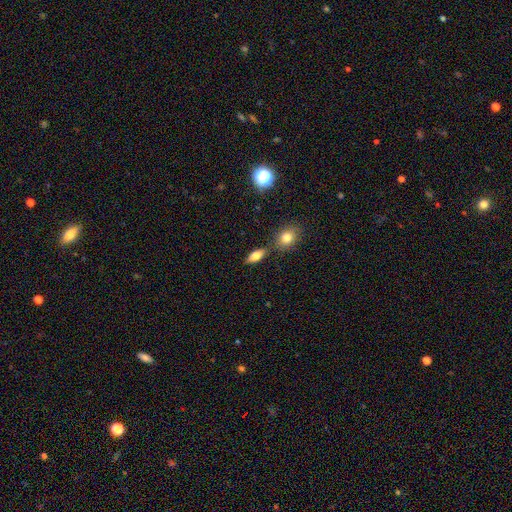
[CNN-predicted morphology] Smooth or featured: smooth — 71% (featured or disk — 20%)
How rounded: in between — 77% (cigar-shaped — 18%)
Merging: none — 74% (merger — 11%)